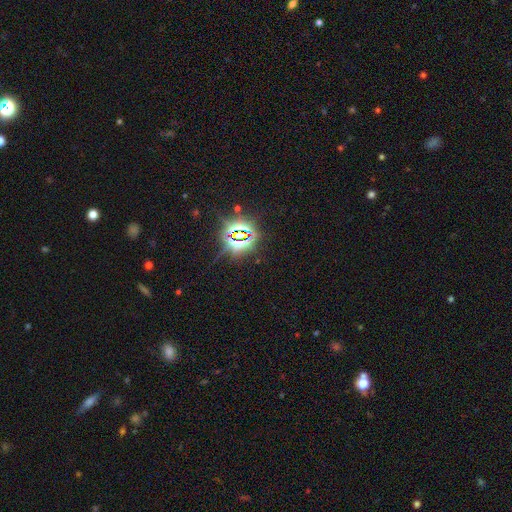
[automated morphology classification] smooth_or_featured: star or artifact (p=0.81) [alt: smooth p=0.11]